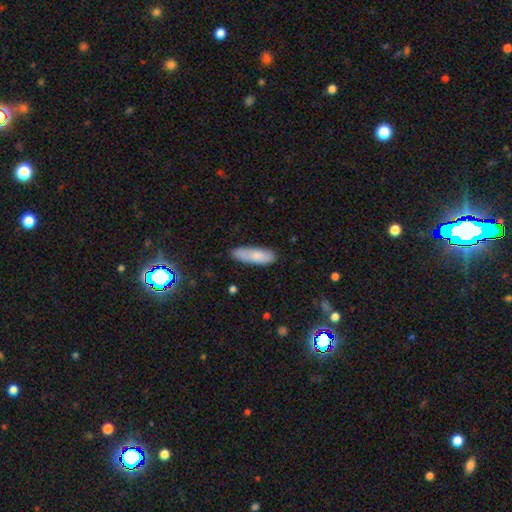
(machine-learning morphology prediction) Q: Smooth or featured?
A: smooth (79%); runner-up: featured or disk (14%)
Q: How rounded?
A: in between (52%); runner-up: cigar-shaped (46%)
Q: Merging?
A: none (80%); runner-up: minor disturbance (15%)